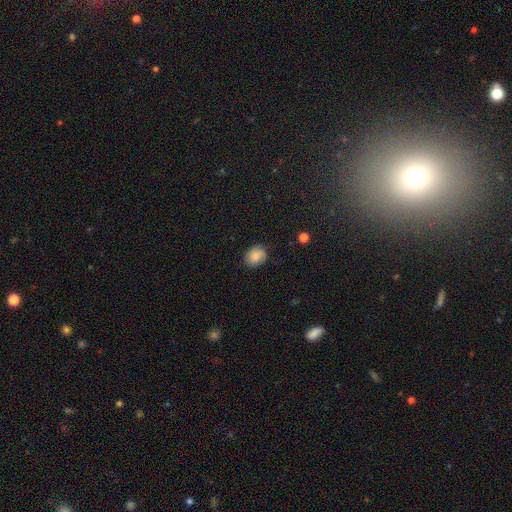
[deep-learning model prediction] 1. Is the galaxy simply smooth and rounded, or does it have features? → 73% smooth, 18% featured or disk, 9% star or artifact.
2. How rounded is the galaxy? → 57% round, 42% in between, 1% cigar-shaped.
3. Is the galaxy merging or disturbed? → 75% none, 19% minor disturbance, 5% major disturbance, 1% merger.